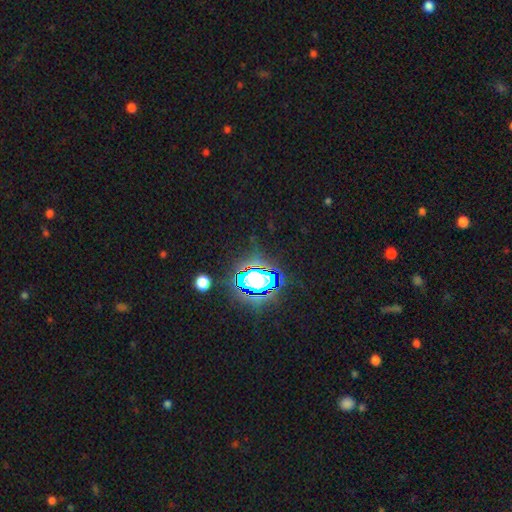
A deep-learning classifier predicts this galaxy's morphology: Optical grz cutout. It shows a star or artifact, not a galaxy (75%).